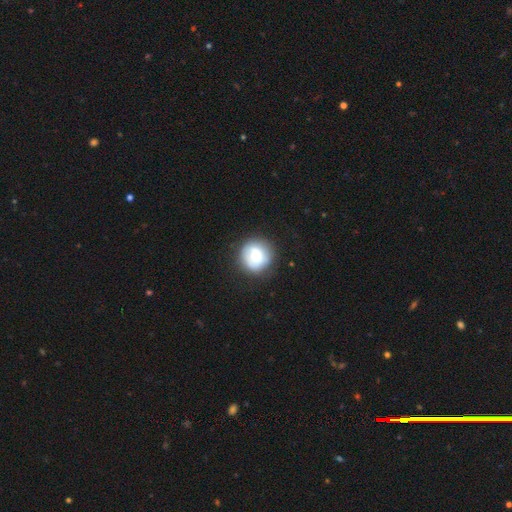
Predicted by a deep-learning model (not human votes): Overall: smooth (68%). How rounded: round (93%). Merging: none (82%).